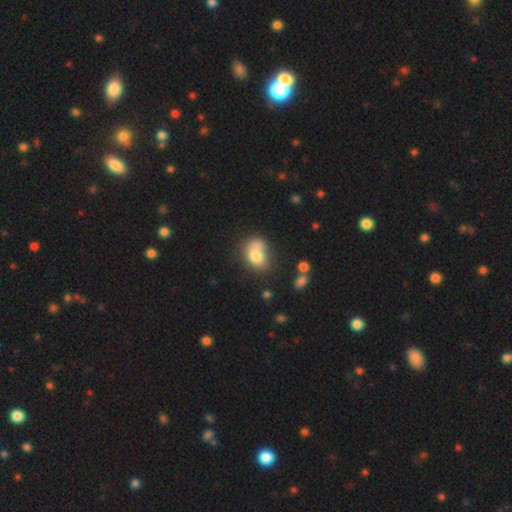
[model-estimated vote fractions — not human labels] Smooth or featured? Predicted: smooth (p=0.75). How rounded? Predicted: in between (p=0.73). Merging? Predicted: none (p=0.36).